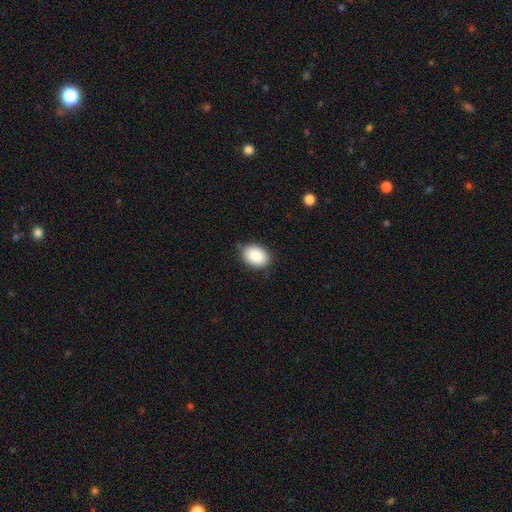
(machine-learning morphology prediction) The model was most divided on "how rounded": in between: 78%, round: 21%, cigar-shaped: 1%. More confident: smooth or featured — smooth (87%); merging — none (81%).